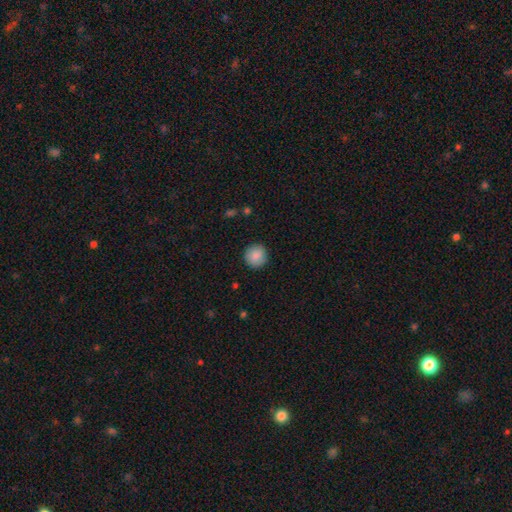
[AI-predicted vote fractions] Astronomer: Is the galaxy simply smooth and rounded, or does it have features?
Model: smooth — 88%.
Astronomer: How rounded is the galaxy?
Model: round — 95%.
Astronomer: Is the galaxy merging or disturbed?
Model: none — 91%.